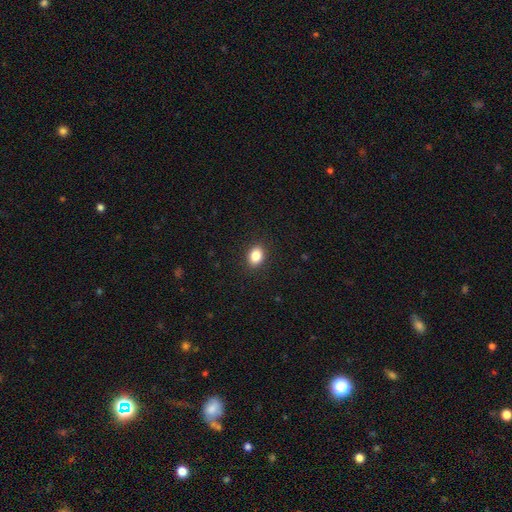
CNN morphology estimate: Smooth or featured? Predicted: smooth (p=0.86). How rounded? Predicted: in between (p=0.67). Merging? Predicted: none (p=0.90).